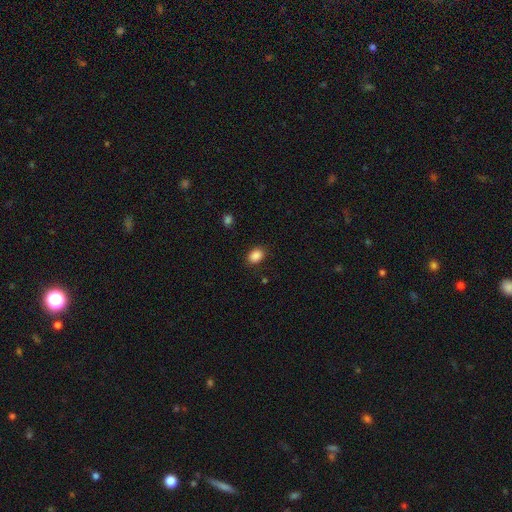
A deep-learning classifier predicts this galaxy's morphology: This is clearly a smooth galaxy (88%). How rounded: likely in between (70%). Merging: clearly none (87%).